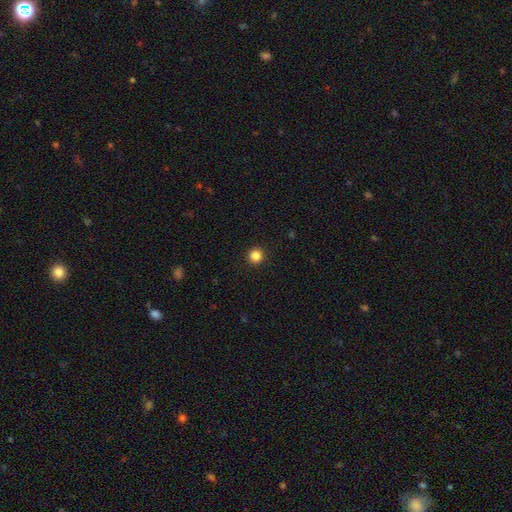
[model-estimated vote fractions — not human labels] smooth 85%, star or artifact 12%, featured or disk 4%. Down the decision tree: how rounded — round (96%); merging — none (93%).